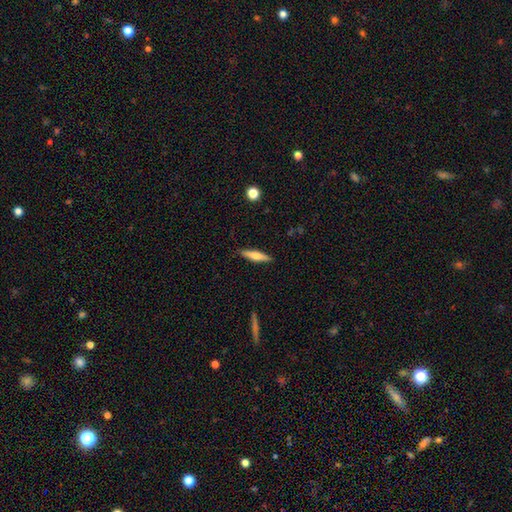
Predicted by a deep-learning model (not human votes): smooth-or-featured: smooth: 56% | featured or disk: 38% | star or artifact: 6%
  how-rounded: cigar-shaped: 81% | in between: 17% | round: 2%
  merging: none: 89% | minor disturbance: 8% | major disturbance: 2% | merger: 1%